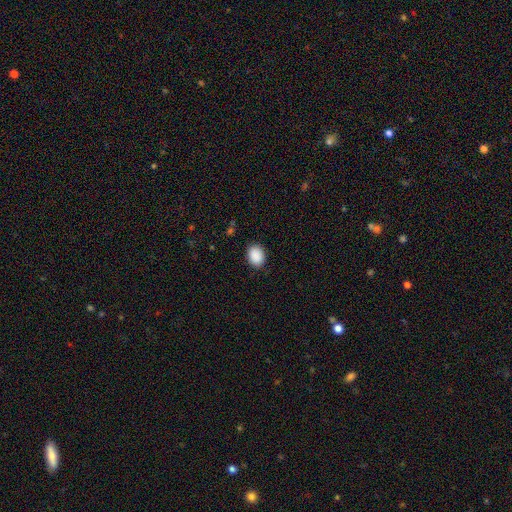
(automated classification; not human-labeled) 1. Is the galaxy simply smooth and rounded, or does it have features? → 90% smooth, 7% star or artifact, 3% featured or disk.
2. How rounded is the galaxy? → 63% in between, 36% round, 1% cigar-shaped.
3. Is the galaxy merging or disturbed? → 88% none, 9% minor disturbance, 2% major disturbance, 1% merger.